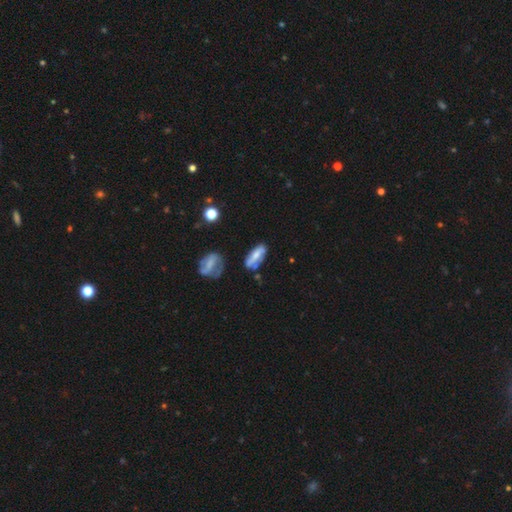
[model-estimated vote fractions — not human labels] smooth_or_featured: smooth (p=0.54) [alt: featured or disk p=0.38]
how_rounded: in between (p=0.64) [alt: cigar-shaped p=0.32]
merging: none (p=0.54) [alt: minor disturbance p=0.26]